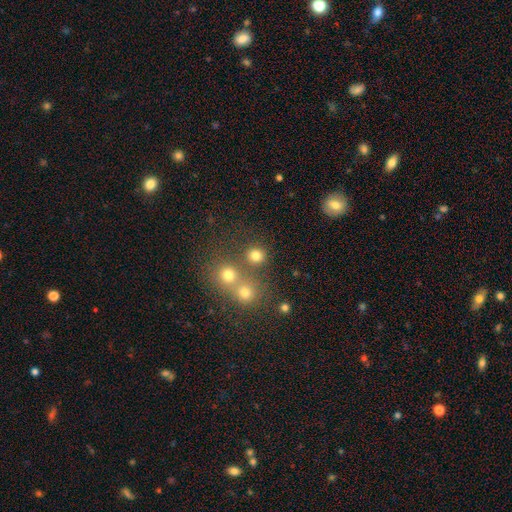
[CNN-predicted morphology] Smooth or featured? smooth (79%)
How rounded? round (90%)
Merging? none (70%)